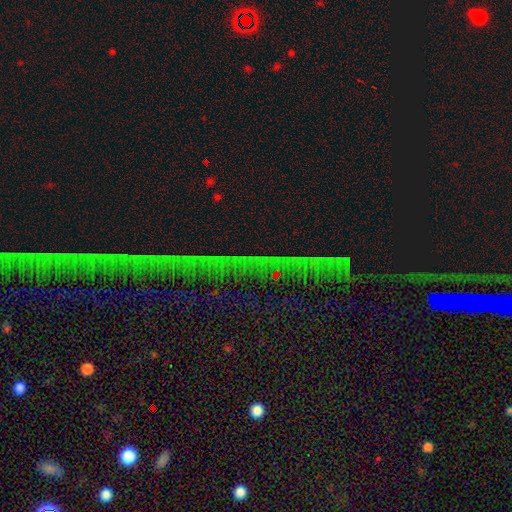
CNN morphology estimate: Smooth or featured? Predicted: star or artifact (p=0.78).